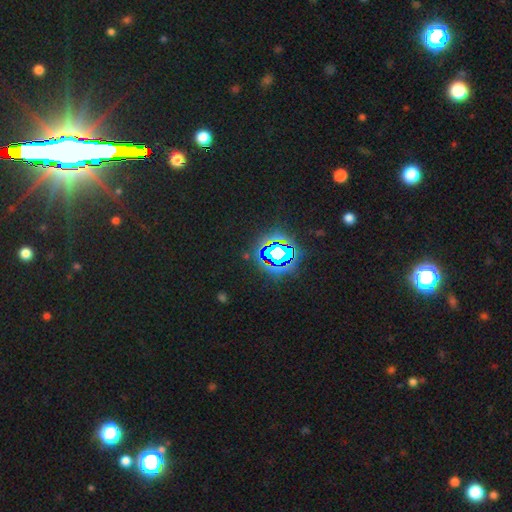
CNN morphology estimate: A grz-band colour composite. It shows a star or artifact, not a galaxy (80%).